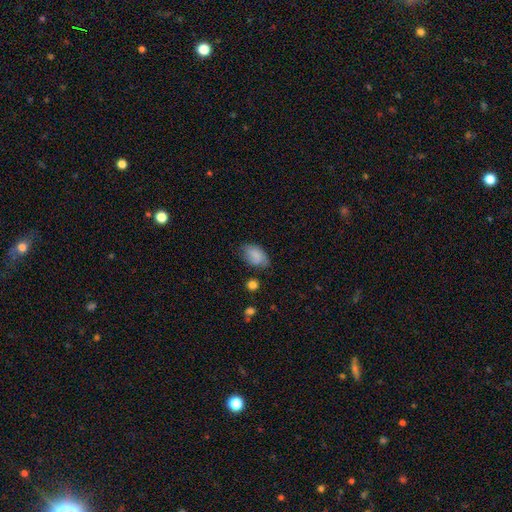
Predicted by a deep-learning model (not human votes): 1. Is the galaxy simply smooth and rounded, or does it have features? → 82% smooth, 11% featured or disk, 8% star or artifact.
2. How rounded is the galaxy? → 91% in between, 7% round, 2% cigar-shaped.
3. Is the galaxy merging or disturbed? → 64% none, 27% minor disturbance, 6% major disturbance, 3% merger.